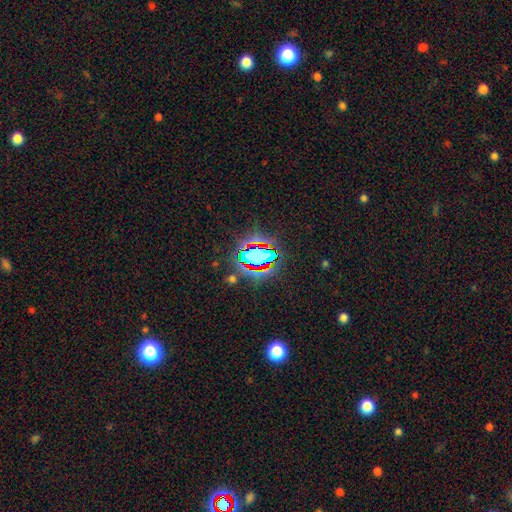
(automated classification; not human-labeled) A star or artifact, not a galaxy (63%).

Vote fractions:
- Smooth or featured? star or artifact: 63% / smooth: 23% / featured or disk: 14%